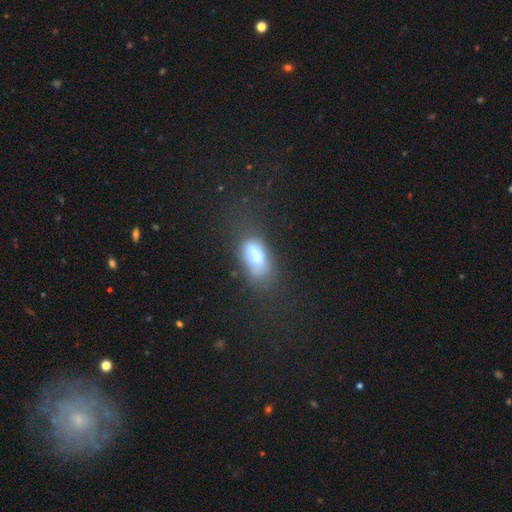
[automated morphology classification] smooth_or_featured: smooth (p=0.72) [alt: featured or disk p=0.18]
how_rounded: in between (p=0.88) [alt: cigar-shaped p=0.07]
merging: none (p=0.43) [alt: minor disturbance p=0.26]